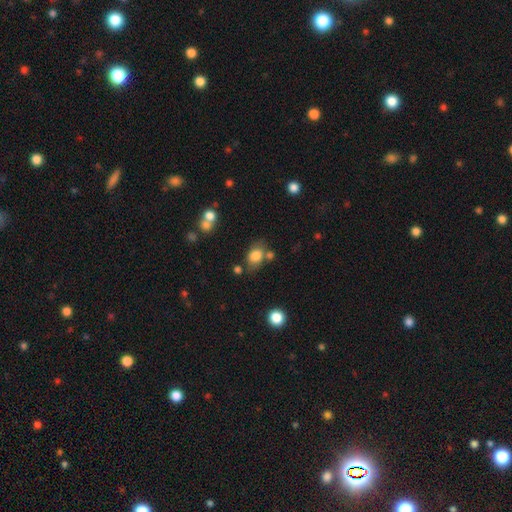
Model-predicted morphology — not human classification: Smooth or featured? smooth (80%)
How rounded? in between (69%)
Merging? none (61%)